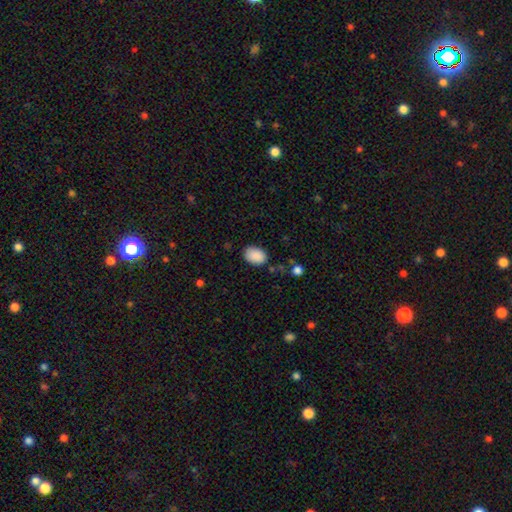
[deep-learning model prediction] smooth 90%, star or artifact 7%, featured or disk 3%. Down the decision tree: how rounded — in between (81%); merging — none (83%).